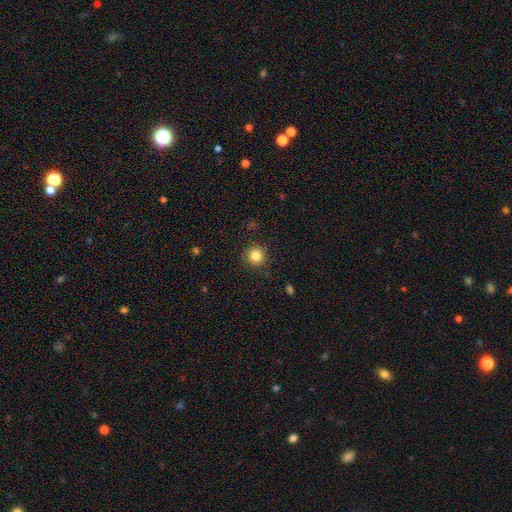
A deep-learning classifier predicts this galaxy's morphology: This is clearly a smooth galaxy (84%). How rounded: clearly round (94%). Merging: clearly none (89%).